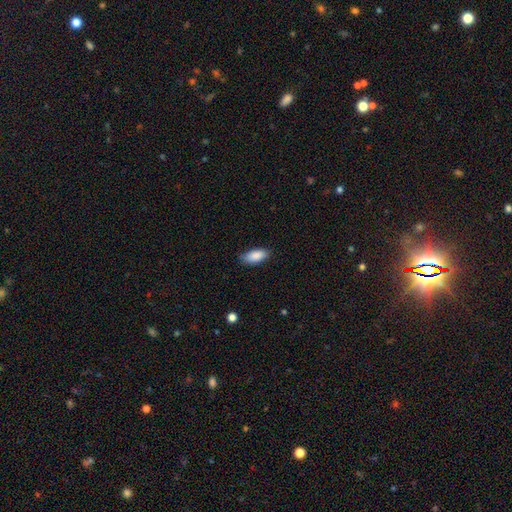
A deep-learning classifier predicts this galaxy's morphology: Smooth or featured? smooth (89%)
How rounded? in between (87%)
Merging? none (81%)